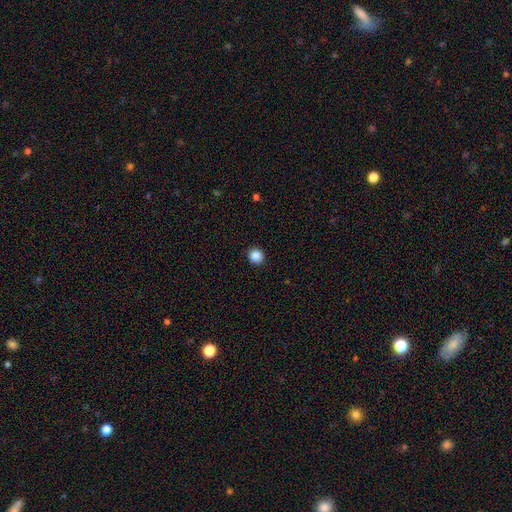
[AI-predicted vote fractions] This appears to be a smooth galaxy with no disk features (87%) that is round (92%). Merging: none (93%).